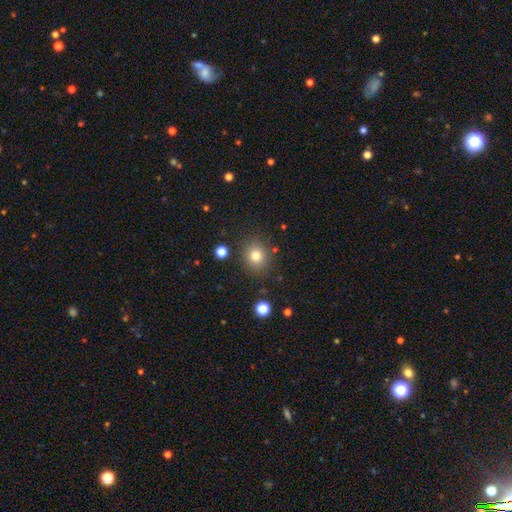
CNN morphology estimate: Smooth or featured?
  - smooth: 79% *
  - star or artifact: 13%
  - featured or disk: 8%
How rounded?
  - round: 81% *
  - in between: 18%
  - cigar-shaped: 1%
Merging?
  - none: 85% *
  - minor disturbance: 9%
  - major disturbance: 3%
  - merger: 3%